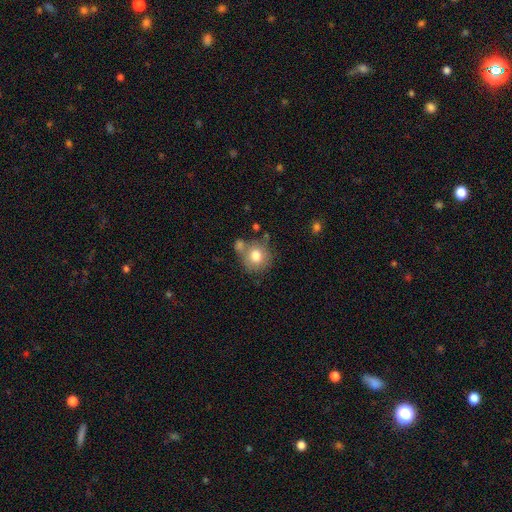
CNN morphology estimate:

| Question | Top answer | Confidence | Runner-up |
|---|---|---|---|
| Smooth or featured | smooth | 77% | featured or disk (14%) |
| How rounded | round | 86% | in between (13%) |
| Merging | none | 57% | merger (21%) |